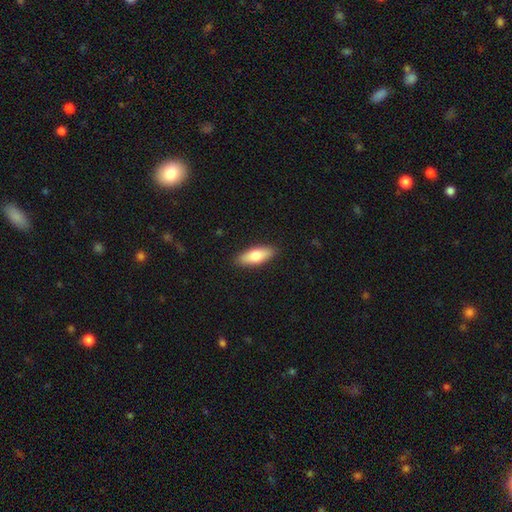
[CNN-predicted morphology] type=smooth (73%); roundness=in between (71%); merging=none (90%).